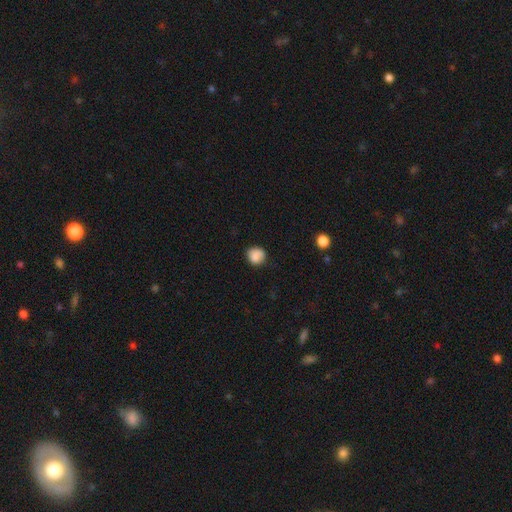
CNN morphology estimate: Smooth or featured: smooth — 84% (star or artifact — 9%)
How rounded: round — 82% (in between — 17%)
Merging: none — 72% (minor disturbance — 21%)